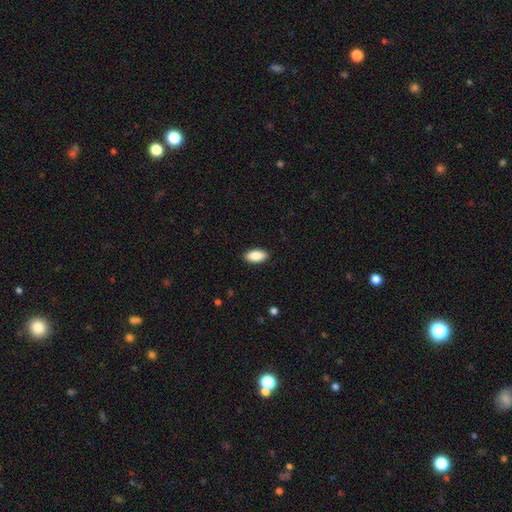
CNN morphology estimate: type=smooth (89%); roundness=in between (92%); merging=none (89%).